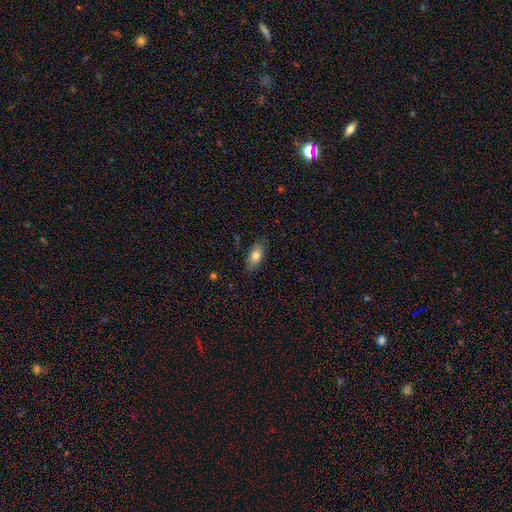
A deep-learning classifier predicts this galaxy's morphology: The model was most divided on "smooth or featured": smooth: 80%, featured or disk: 13%, star or artifact: 8%. More confident: how rounded — in between (87%); merging — none (84%).